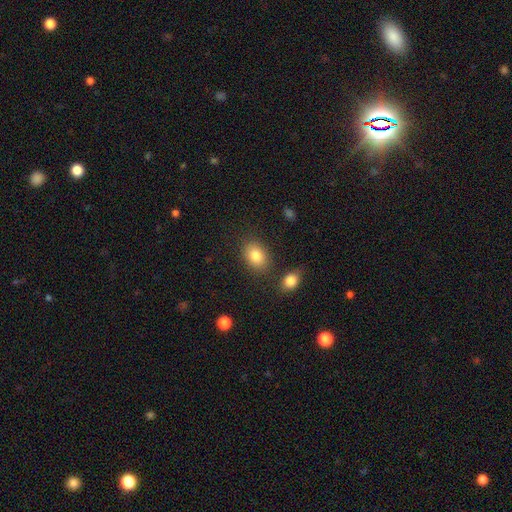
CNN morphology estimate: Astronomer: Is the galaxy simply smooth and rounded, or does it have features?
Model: smooth — 82%.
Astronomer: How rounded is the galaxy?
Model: in between — 70%.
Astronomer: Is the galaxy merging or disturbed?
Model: none — 80%.